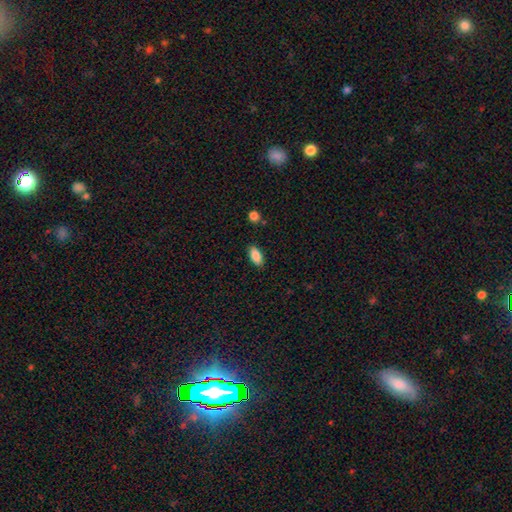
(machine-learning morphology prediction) A smooth galaxy with no disk features (87%) that is in between round and cigar-shaped (90%).

Vote fractions:
- Smooth or featured? smooth: 87% / star or artifact: 7% / featured or disk: 5%
- How rounded? in between: 90% / cigar-shaped: 7% / round: 3%
- Merging? none: 86% / minor disturbance: 10% / major disturbance: 2% / merger: 2%